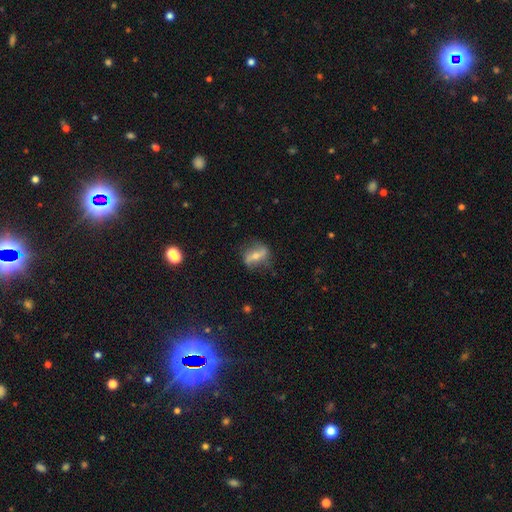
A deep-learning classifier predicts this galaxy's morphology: A featured or disk galaxy (61%). Merging: none (74%).